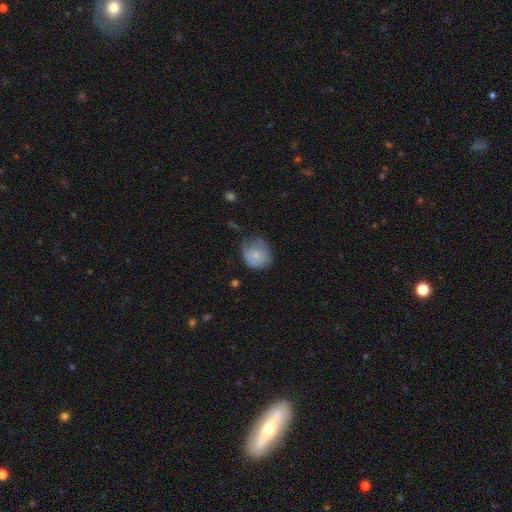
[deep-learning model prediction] Smooth or featured?
  - smooth: 71% *
  - featured or disk: 21%
  - star or artifact: 7%
How rounded?
  - round: 70% *
  - in between: 29%
  - cigar-shaped: 1%
Merging?
  - none: 44% *
  - minor disturbance: 37%
  - major disturbance: 16%
  - merger: 2%